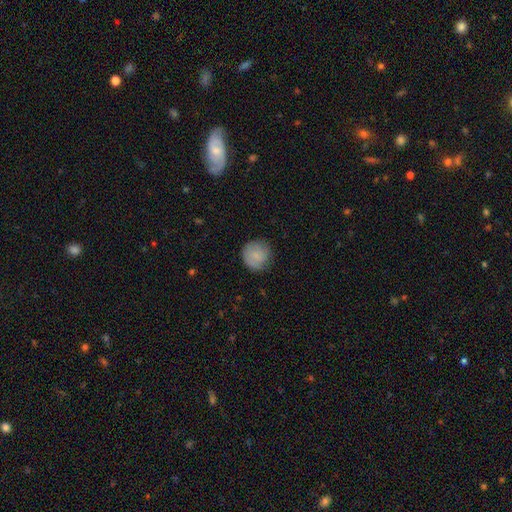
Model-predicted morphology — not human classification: A smooth galaxy with no disk features (83%) that is round (93%). Merging: none (80%).